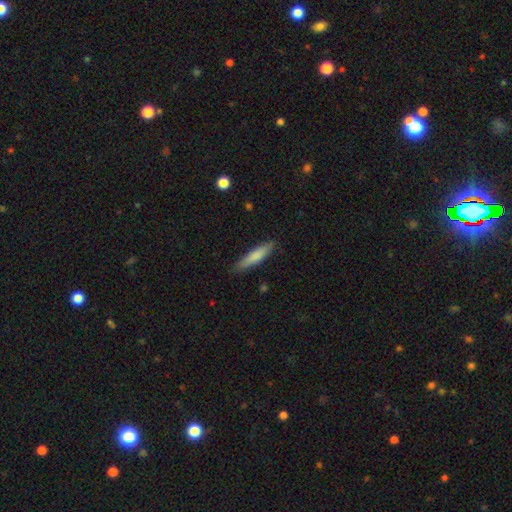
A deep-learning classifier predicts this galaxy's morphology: Smooth or featured?
  - smooth: 77% *
  - featured or disk: 17%
  - star or artifact: 5%
How rounded?
  - cigar-shaped: 84% *
  - in between: 15%
  - round: 1%
Merging?
  - none: 87% *
  - minor disturbance: 10%
  - major disturbance: 2%
  - merger: 1%